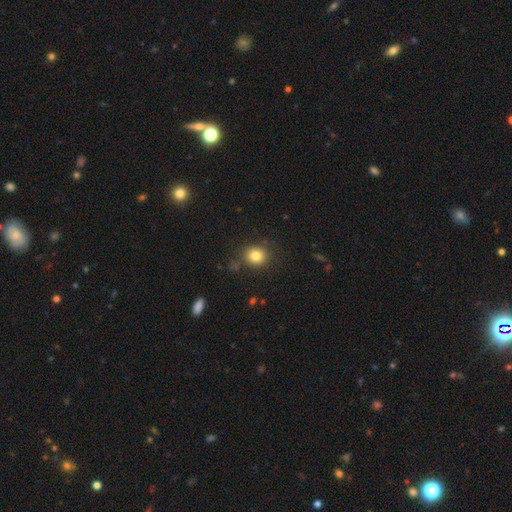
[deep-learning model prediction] Smooth or featured?
  - smooth: 82% *
  - star or artifact: 11%
  - featured or disk: 7%
How rounded?
  - round: 81% *
  - in between: 18%
  - cigar-shaped: 1%
Merging?
  - none: 83% *
  - minor disturbance: 11%
  - major disturbance: 4%
  - merger: 3%